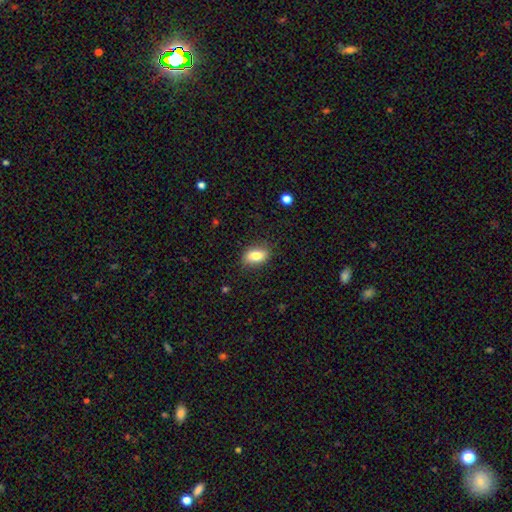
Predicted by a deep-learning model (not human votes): smooth-or-featured: smooth: 81% | featured or disk: 11% | star or artifact: 8%
  how-rounded: in between: 87% | round: 10% | cigar-shaped: 3%
  merging: none: 84% | minor disturbance: 12% | major disturbance: 3% | merger: 1%